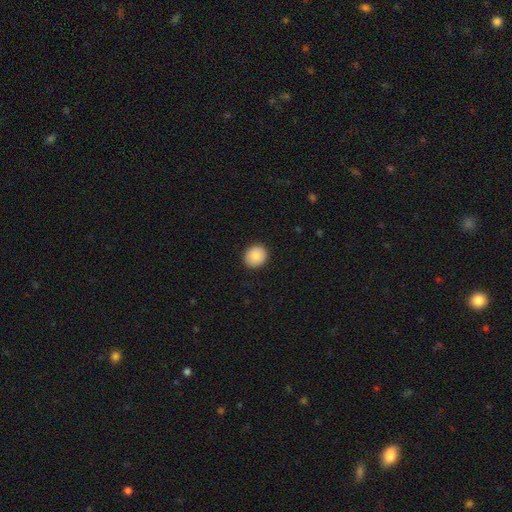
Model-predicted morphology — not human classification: Smooth or featured?
  - smooth: 85% *
  - star or artifact: 8%
  - featured or disk: 7%
How rounded?
  - round: 79% *
  - in between: 20%
  - cigar-shaped: 1%
Merging?
  - none: 91% *
  - minor disturbance: 7%
  - major disturbance: 2%
  - merger: 1%